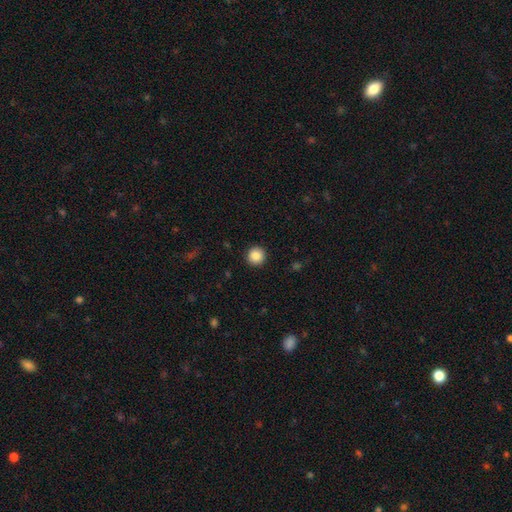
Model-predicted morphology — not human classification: This appears to be a smooth galaxy with no disk features (87%) that is round (95%). Merging: none (93%).